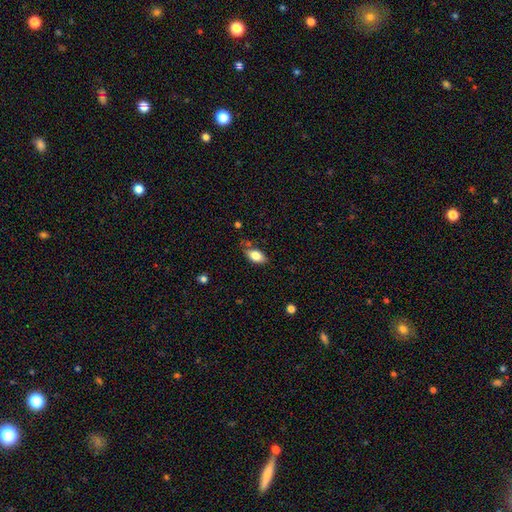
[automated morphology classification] Smooth or featured: smooth — 79% (featured or disk — 13%)
How rounded: in between — 90% (cigar-shaped — 5%)
Merging: none — 68% (minor disturbance — 23%)